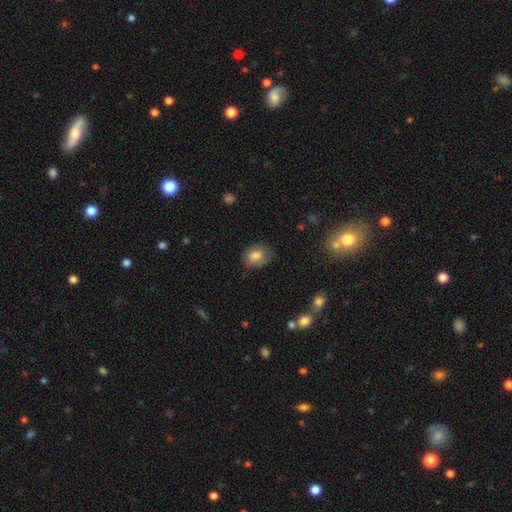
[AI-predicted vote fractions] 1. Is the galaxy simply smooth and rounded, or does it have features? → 79% smooth, 12% featured or disk, 9% star or artifact.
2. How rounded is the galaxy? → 60% in between, 39% round, 1% cigar-shaped.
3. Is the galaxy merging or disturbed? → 74% none, 20% minor disturbance, 4% major disturbance, 1% merger.